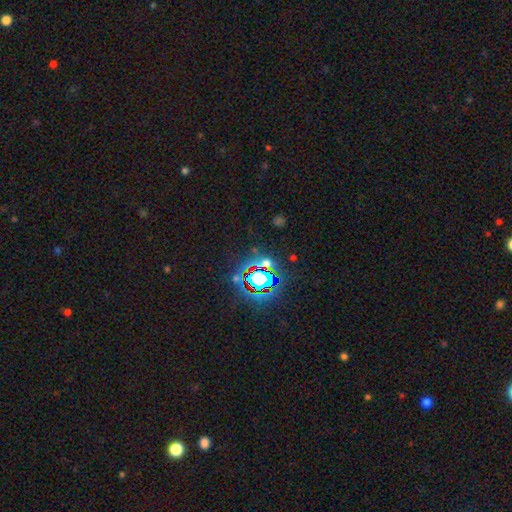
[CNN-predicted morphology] star or artifact 82%, smooth 10%, featured or disk 8%.